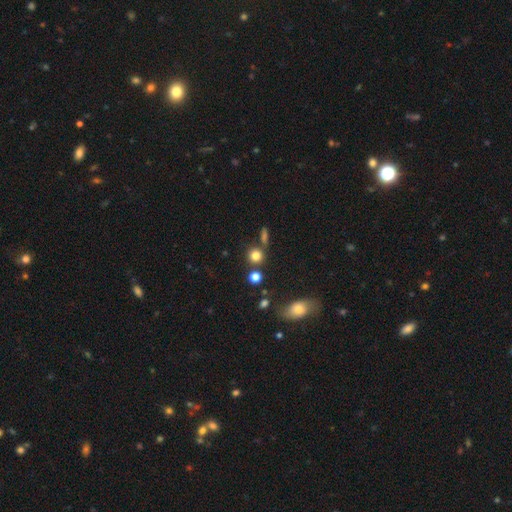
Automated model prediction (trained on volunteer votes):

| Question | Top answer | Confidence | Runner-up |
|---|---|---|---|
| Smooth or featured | smooth | 79% | star or artifact (14%) |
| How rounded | round | 88% | in between (10%) |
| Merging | none | 74% | merger (14%) |